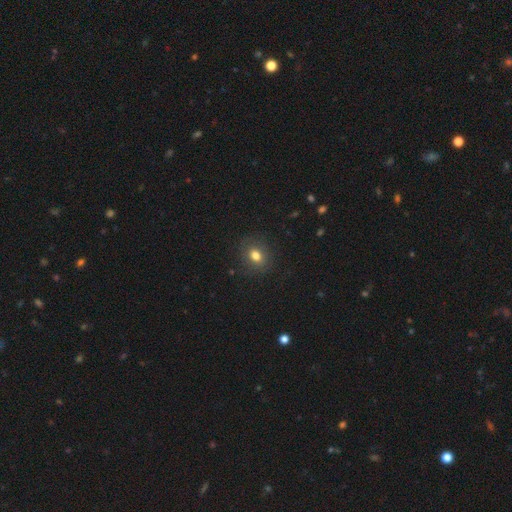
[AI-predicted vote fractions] This appears to be a smooth galaxy with no disk features (78%) that is round (53%). Merging: none (85%).